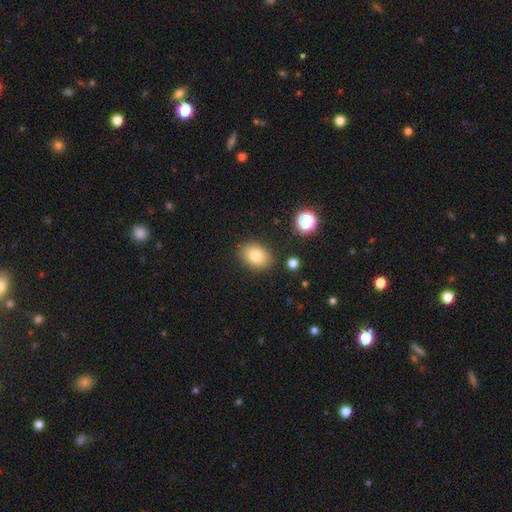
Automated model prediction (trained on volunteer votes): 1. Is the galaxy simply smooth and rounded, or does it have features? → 81% smooth, 10% star or artifact, 9% featured or disk.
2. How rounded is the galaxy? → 71% in between, 28% round, 1% cigar-shaped.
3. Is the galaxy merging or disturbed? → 85% none, 10% minor disturbance, 3% major disturbance, 2% merger.